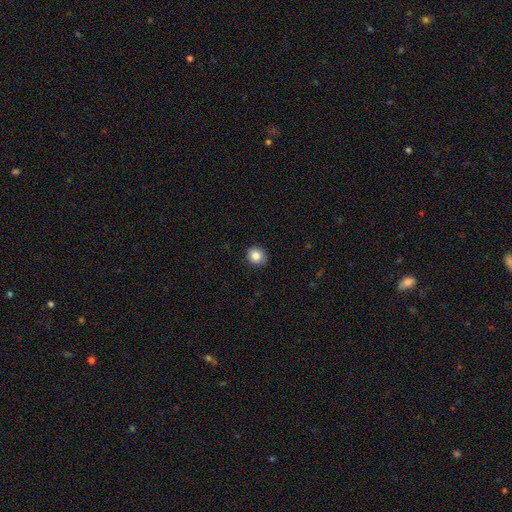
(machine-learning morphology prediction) Smooth or featured: smooth — 85% (star or artifact — 10%)
How rounded: round — 85% (in between — 14%)
Merging: none — 90% (minor disturbance — 8%)